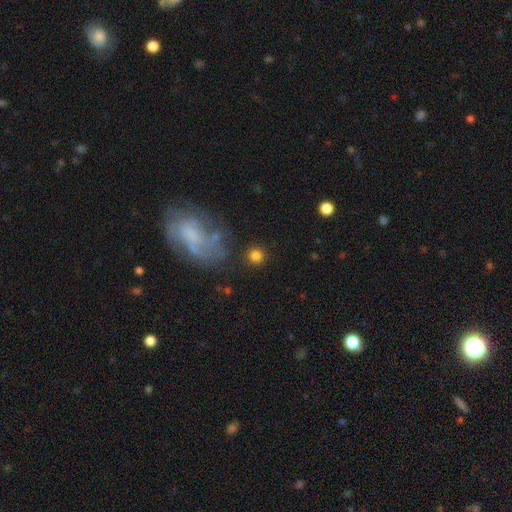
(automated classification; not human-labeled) Q: Smooth or featured?
A: smooth (82%); runner-up: star or artifact (10%)
Q: How rounded?
A: round (92%); runner-up: in between (7%)
Q: Merging?
A: none (85%); runner-up: minor disturbance (7%)